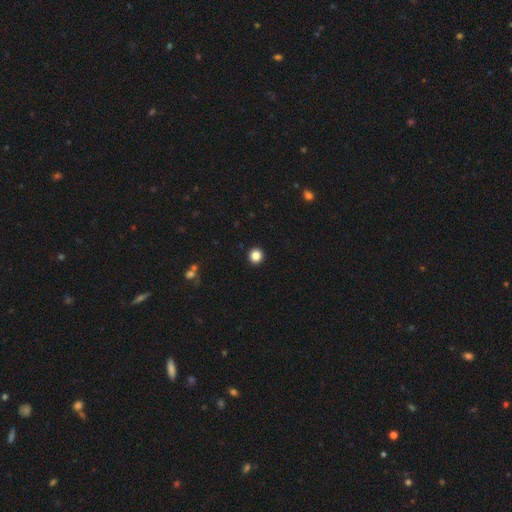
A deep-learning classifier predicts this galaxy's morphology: type=smooth (85%); roundness=round (94%); merging=none (94%).